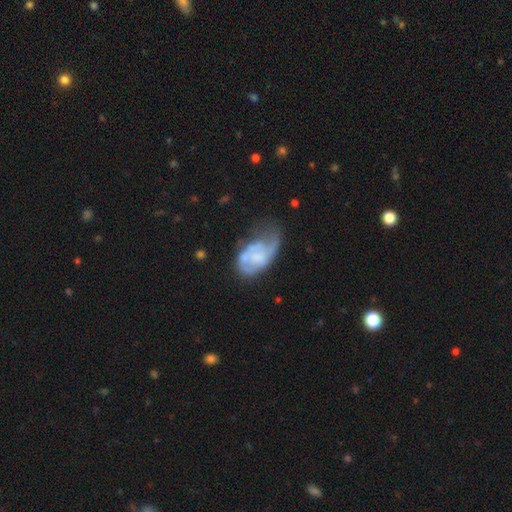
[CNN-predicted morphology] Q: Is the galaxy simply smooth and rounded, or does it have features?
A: featured or disk — 62%.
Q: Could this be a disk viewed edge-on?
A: no — 97%.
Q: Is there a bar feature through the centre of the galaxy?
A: no — 70%.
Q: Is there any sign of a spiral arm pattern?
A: yes — 71%.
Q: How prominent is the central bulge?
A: none — 37%.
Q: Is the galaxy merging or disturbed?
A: major disturbance — 39%.